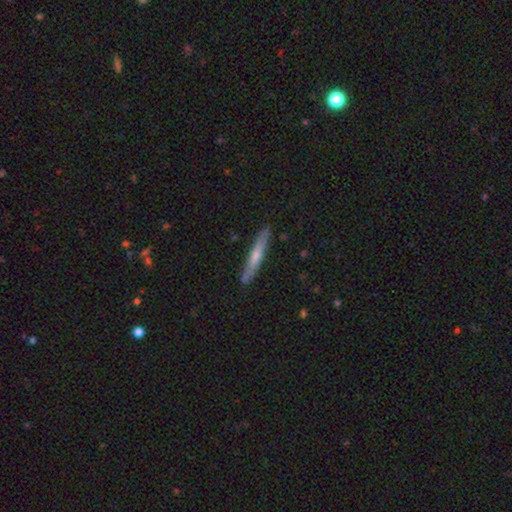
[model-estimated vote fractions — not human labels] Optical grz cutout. It shows a featured or disk galaxy (48%). Merging: none (89%).